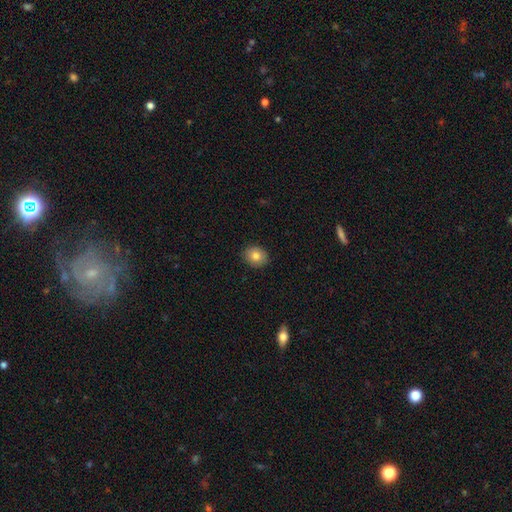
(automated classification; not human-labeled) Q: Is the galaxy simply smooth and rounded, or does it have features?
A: smooth — 81%.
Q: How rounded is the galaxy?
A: round — 62%.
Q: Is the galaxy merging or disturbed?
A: none — 90%.